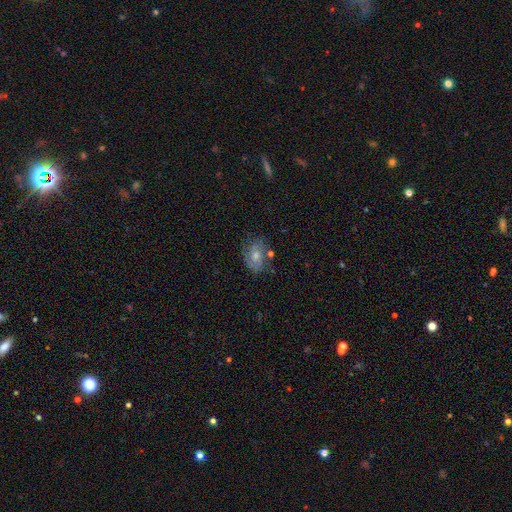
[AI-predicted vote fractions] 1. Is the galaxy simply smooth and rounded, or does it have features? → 61% featured or disk, 24% smooth, 15% star or artifact.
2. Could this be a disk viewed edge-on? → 96% no, 4% yes.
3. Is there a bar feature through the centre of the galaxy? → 64% no, 30% weak, 6% strong.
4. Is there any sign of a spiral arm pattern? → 84% yes, 16% no.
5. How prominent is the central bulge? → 63% moderate, 28% small, 5% large, 2% none, 1% dominant.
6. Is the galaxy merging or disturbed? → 71% none, 18% minor disturbance, 7% major disturbance, 4% merger.